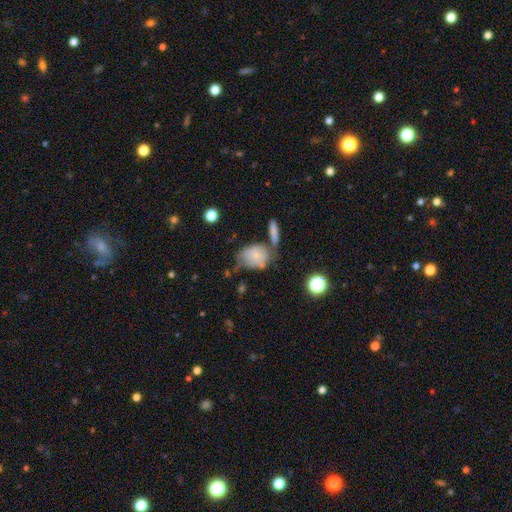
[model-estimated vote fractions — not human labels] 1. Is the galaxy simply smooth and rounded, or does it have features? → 68% smooth, 23% featured or disk, 9% star or artifact.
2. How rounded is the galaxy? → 58% in between, 40% round, 2% cigar-shaped.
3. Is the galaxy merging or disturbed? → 35% none, 25% minor disturbance, 25% merger, 14% major disturbance.